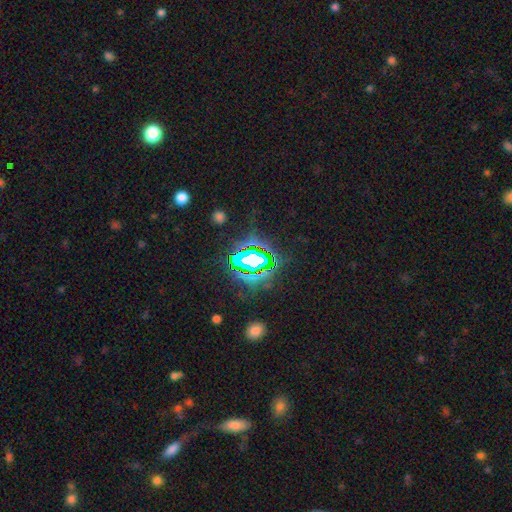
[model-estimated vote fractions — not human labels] smooth-or-featured: star or artifact: 74% | smooth: 13% | featured or disk: 13%